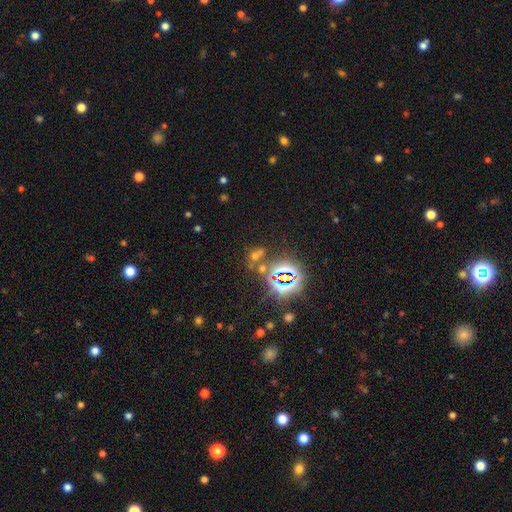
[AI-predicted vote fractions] smooth_or_featured: star or artifact (p=0.62) [alt: smooth p=0.27]